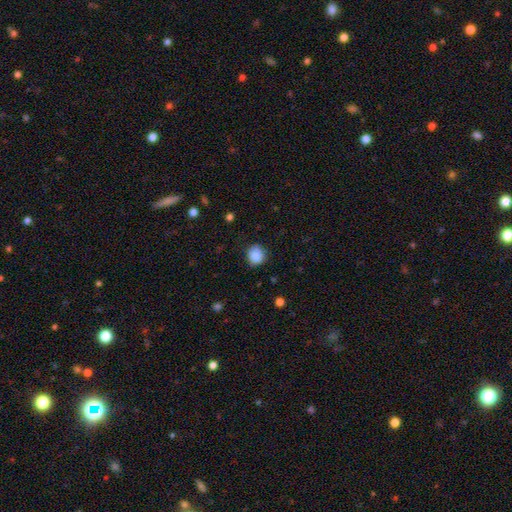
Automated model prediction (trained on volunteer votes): smooth 87%, star or artifact 9%, featured or disk 4%. Down the decision tree: how rounded — round (80%); merging — none (79%).